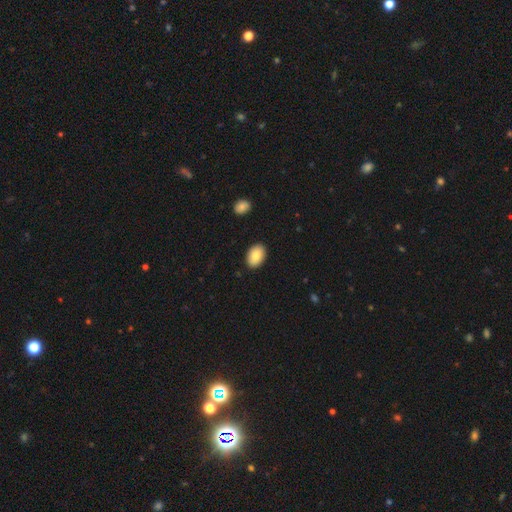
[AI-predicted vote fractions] Smooth or featured: smooth — 83% (featured or disk — 10%)
How rounded: in between — 86% (round — 13%)
Merging: none — 89% (minor disturbance — 8%)